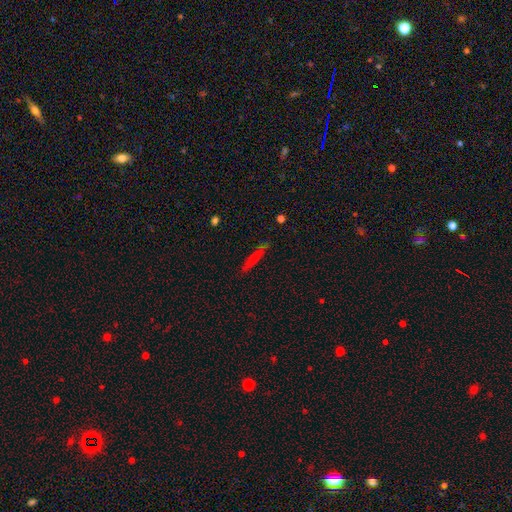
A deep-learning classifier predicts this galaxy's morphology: This is likely a smooth galaxy (68%). How rounded: clearly cigar-shaped (91%). Merging: clearly none (83%).